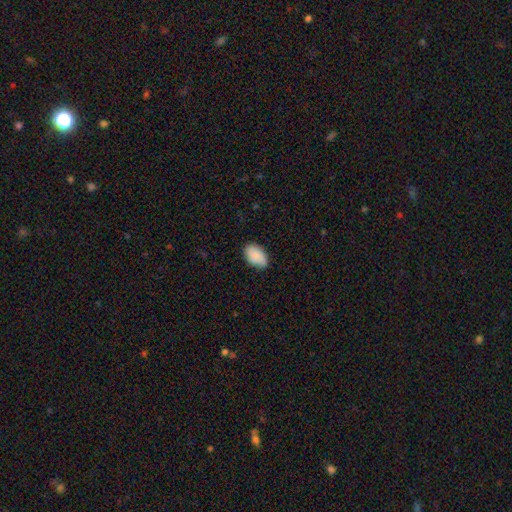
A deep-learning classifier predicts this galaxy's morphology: Smooth or featured: smooth — 86% (featured or disk — 7%)
How rounded: in between — 92% (round — 7%)
Merging: none — 77% (minor disturbance — 19%)